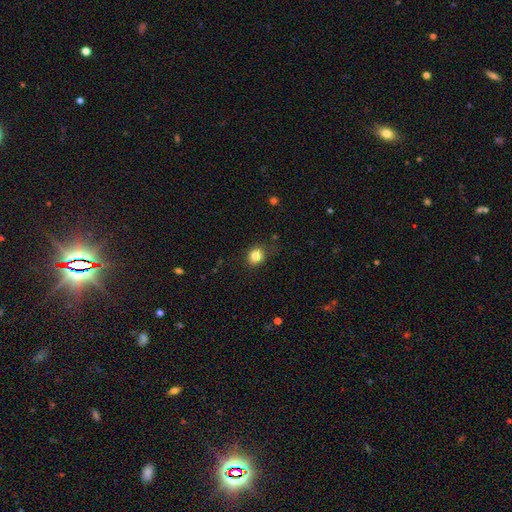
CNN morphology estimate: type=smooth (83%); roundness=round (66%); merging=none (79%).